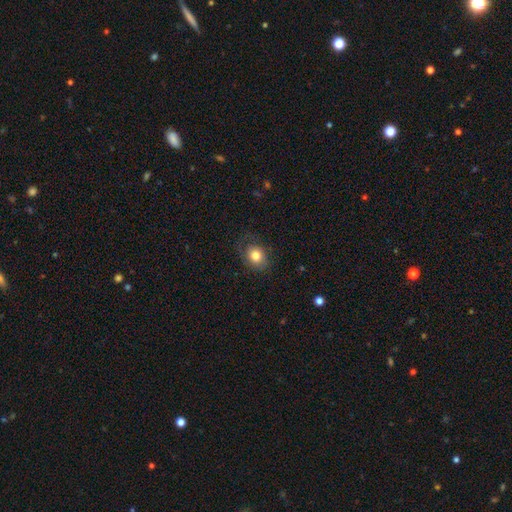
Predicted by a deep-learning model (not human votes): The model was most divided on "how rounded": round: 55%, in between: 44%, cigar-shaped: 1%. More confident: smooth or featured — smooth (79%); merging — none (72%).